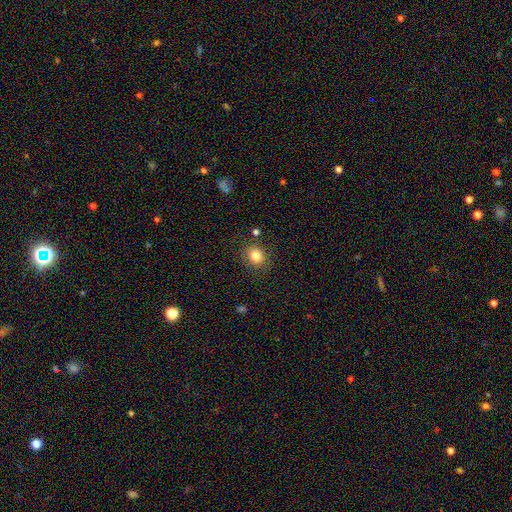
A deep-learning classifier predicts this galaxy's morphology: Q: Smooth or featured?
A: smooth (82%); runner-up: star or artifact (12%)
Q: How rounded?
A: round (77%); runner-up: in between (22%)
Q: Merging?
A: none (84%); runner-up: minor disturbance (9%)